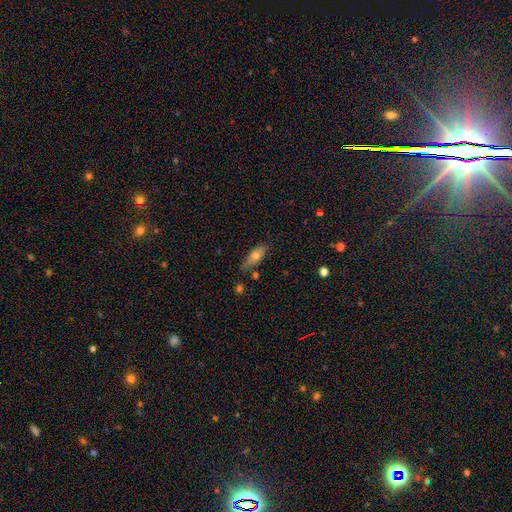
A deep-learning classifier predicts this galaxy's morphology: smooth 65%, featured or disk 28%, star or artifact 7%. Down the decision tree: how rounded — in between (72%); merging — none (67%).